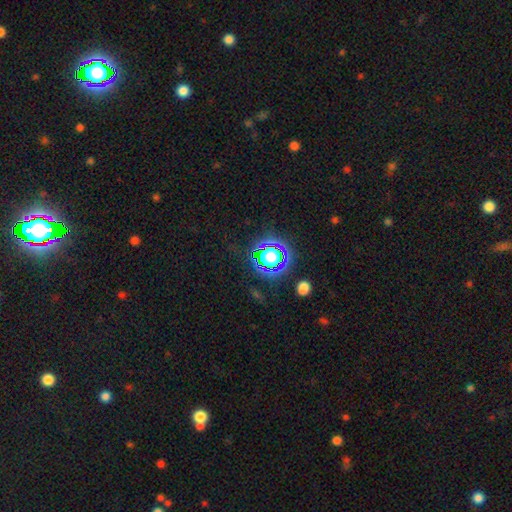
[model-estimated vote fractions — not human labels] smooth-or-featured: star or artifact: 76% | smooth: 16% | featured or disk: 8%